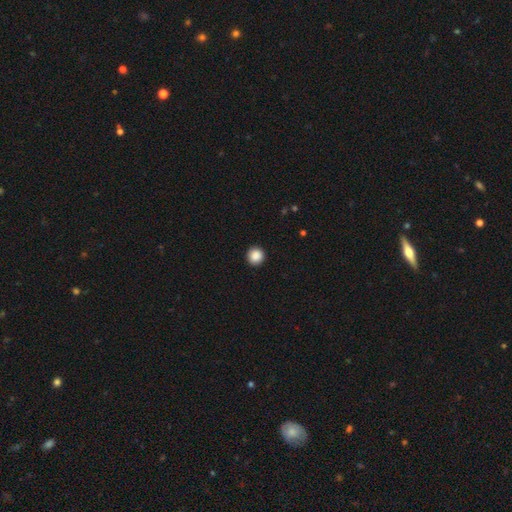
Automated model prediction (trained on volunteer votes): This is clearly a smooth galaxy (88%). How rounded: clearly round (95%). Merging: clearly none (93%).